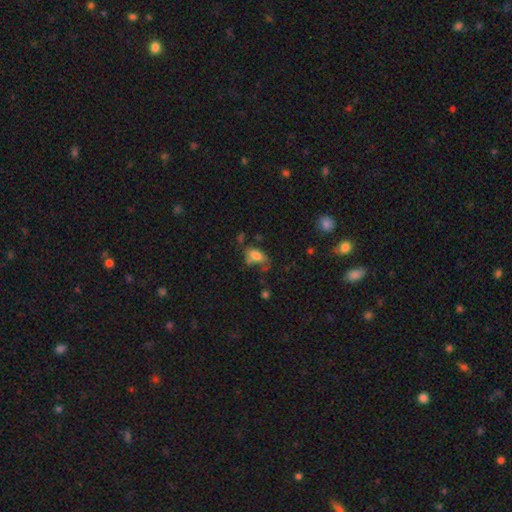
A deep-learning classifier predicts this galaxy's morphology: Q: Smooth or featured?
A: smooth (70%); runner-up: featured or disk (19%)
Q: How rounded?
A: in between (88%); runner-up: round (7%)
Q: Merging?
A: none (40%); runner-up: minor disturbance (27%)